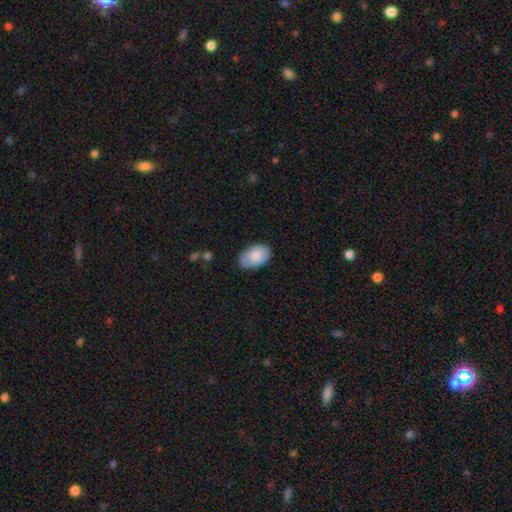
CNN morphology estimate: This appears to be a smooth galaxy with no disk features (82%) that is in between round and cigar-shaped (91%). Merging: none (76%).